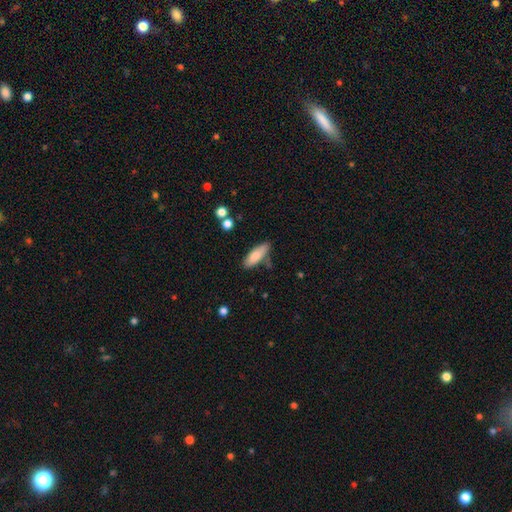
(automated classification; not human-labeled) A smooth galaxy with no disk features (80%) that is in between round and cigar-shaped (63%). Merging: none (70%).